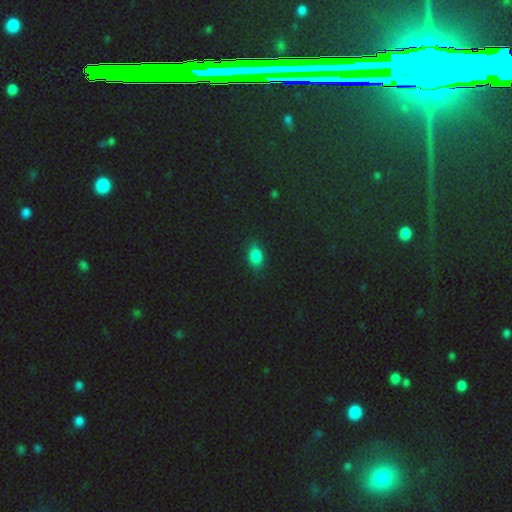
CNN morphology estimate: Smooth or featured: smooth — 80% (star or artifact — 15%)
How rounded: in between — 80% (round — 17%)
Merging: none — 86% (minor disturbance — 10%)